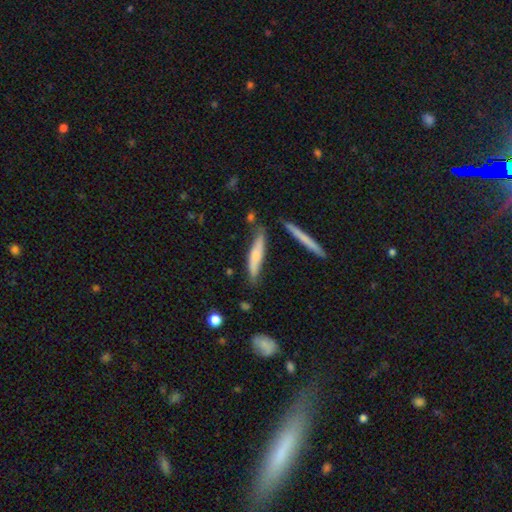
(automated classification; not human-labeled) smooth_or_featured: smooth (p=0.47) [alt: featured or disk p=0.46]
merging: none (p=0.73) [alt: minor disturbance p=0.17]